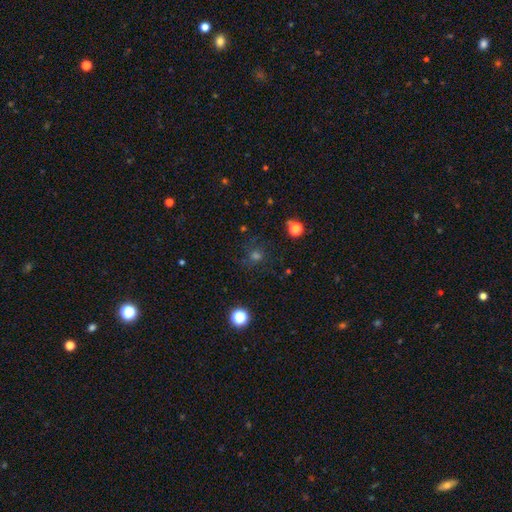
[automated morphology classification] type=smooth (51%); roundness=round (89%); merging=none (78%).